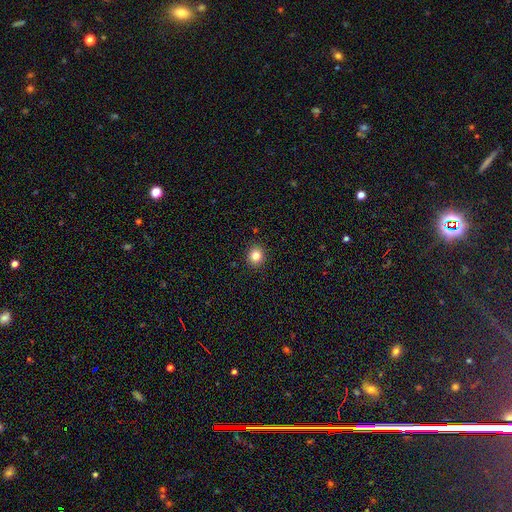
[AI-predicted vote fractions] Q: Smooth or featured?
A: smooth (82%); runner-up: star or artifact (12%)
Q: How rounded?
A: round (83%); runner-up: in between (16%)
Q: Merging?
A: none (92%); runner-up: minor disturbance (6%)